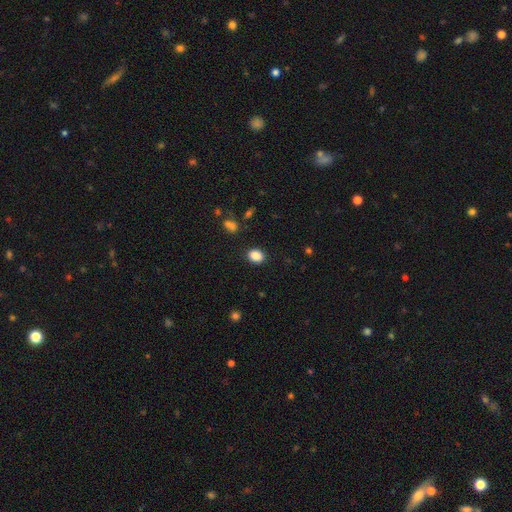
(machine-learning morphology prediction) smooth-or-featured: smooth: 87% | star or artifact: 10% | featured or disk: 3%
  how-rounded: in between: 54% | round: 45% | cigar-shaped: 1%
  merging: none: 88% | minor disturbance: 8% | major disturbance: 3% | merger: 1%